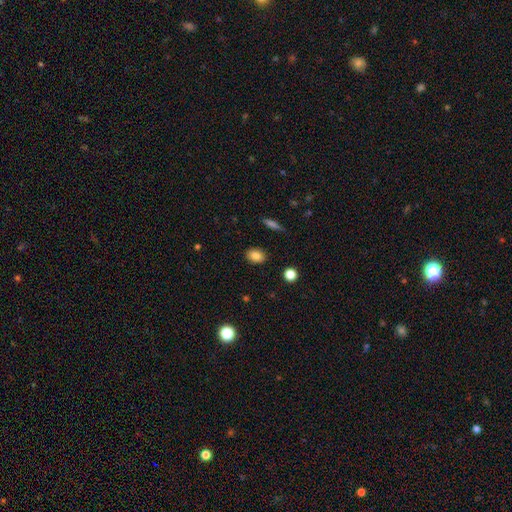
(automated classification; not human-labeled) smooth 84%, star or artifact 9%, featured or disk 7%. Down the decision tree: how rounded — in between (70%); merging — none (88%).